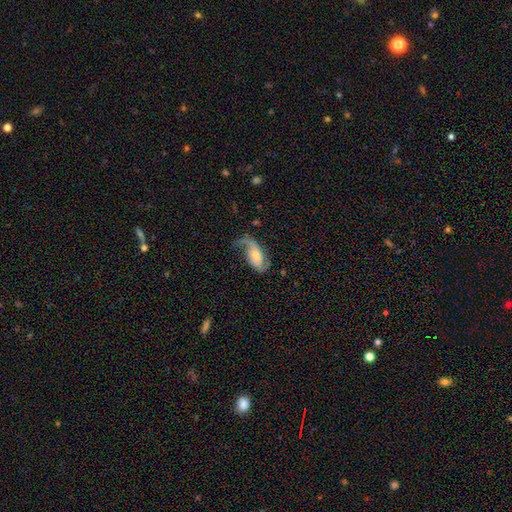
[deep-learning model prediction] This appears to be a featured or disk galaxy (74%) with no bar (55%), 2 (67%) loose (60%) spiral arms (93%) and a moderate central bulge (38%). Merging: none (46%).